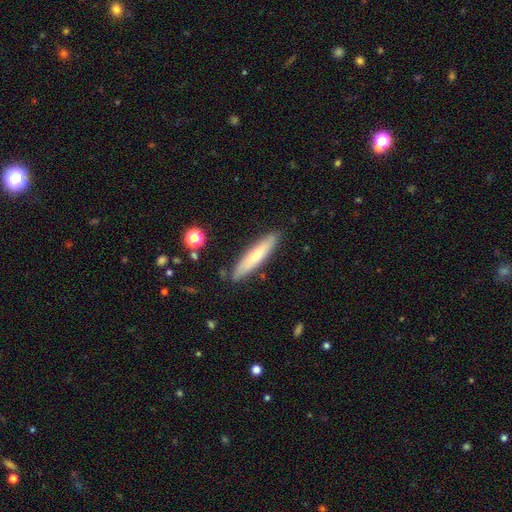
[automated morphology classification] A smooth galaxy with no disk features (59%) that is cigar-shaped (84%). Merging: none (87%).